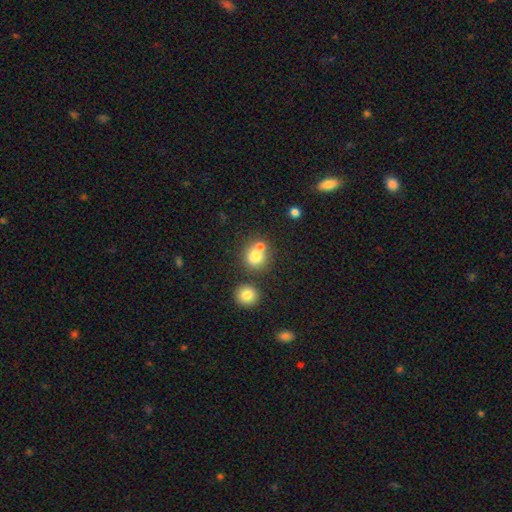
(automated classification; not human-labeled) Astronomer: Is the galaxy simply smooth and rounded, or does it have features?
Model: smooth — 76%.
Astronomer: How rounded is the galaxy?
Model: round — 85%.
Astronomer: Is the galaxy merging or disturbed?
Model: none — 53% (runner-up: merger, 34%).